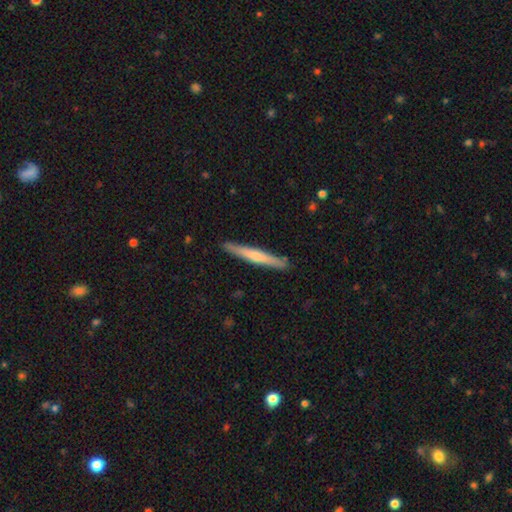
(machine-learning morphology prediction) type=smooth (51%); roundness=cigar-shaped (96%); merging=none (90%).